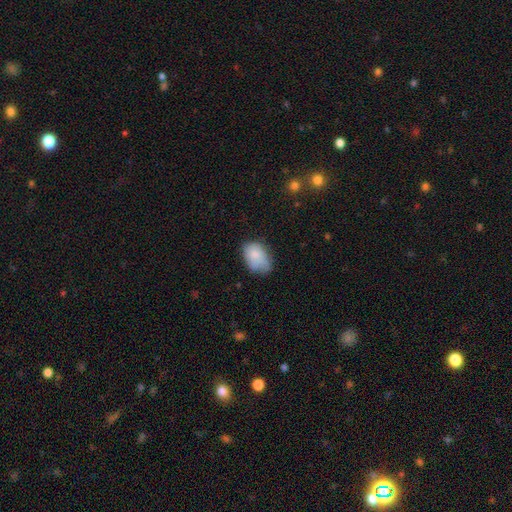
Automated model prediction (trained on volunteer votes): Smooth or featured?
  - smooth: 80% *
  - featured or disk: 13%
  - star or artifact: 8%
How rounded?
  - in between: 85% *
  - round: 14%
  - cigar-shaped: 1%
Merging?
  - none: 47% *
  - minor disturbance: 39%
  - major disturbance: 11%
  - merger: 4%